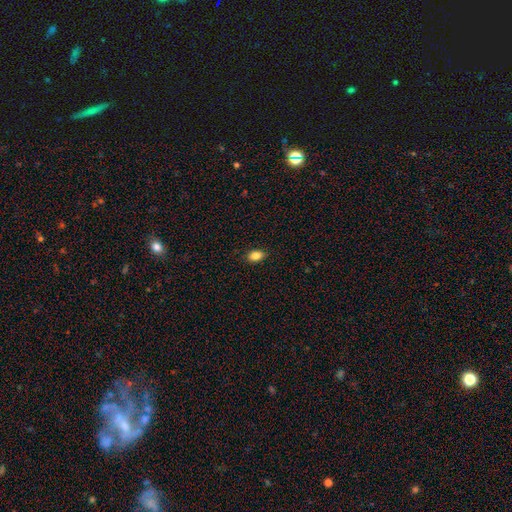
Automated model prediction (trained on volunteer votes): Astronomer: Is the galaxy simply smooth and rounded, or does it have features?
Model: smooth — 85%.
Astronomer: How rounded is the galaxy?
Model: in between — 85%.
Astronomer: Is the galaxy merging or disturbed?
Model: none — 89%.